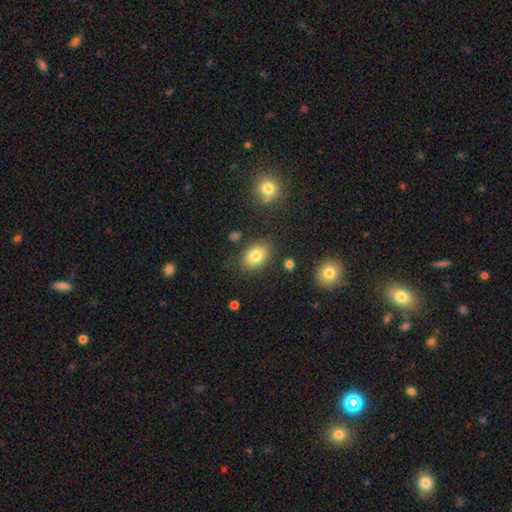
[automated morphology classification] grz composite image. It shows a smooth galaxy with no disk features (81%) that is in between round and cigar-shaped (86%). Merging: none (81%).